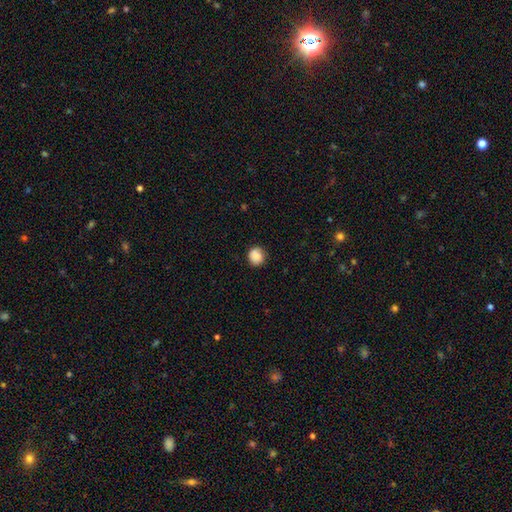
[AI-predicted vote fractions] This is clearly a smooth galaxy (86%). How rounded: clearly round (86%). Merging: clearly none (81%).